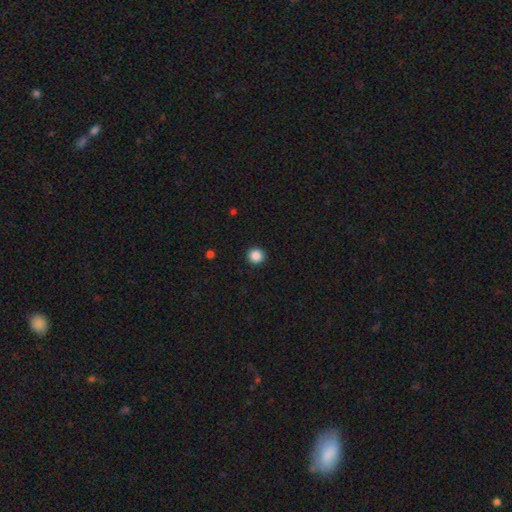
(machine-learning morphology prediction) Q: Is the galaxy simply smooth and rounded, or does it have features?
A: smooth — 87%.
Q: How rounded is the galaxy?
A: round — 95%.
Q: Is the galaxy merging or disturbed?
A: none — 93%.